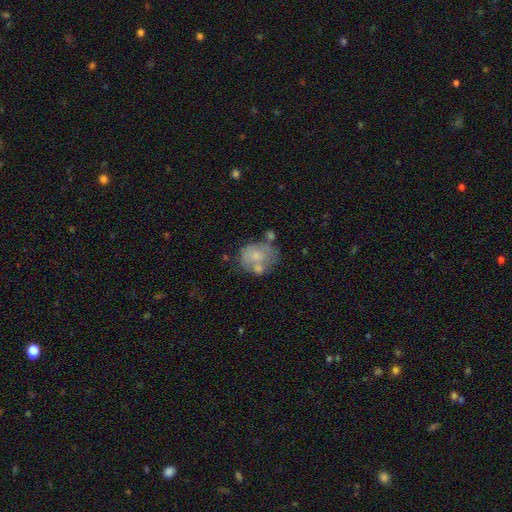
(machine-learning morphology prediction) Overall: smooth (50%; featured or disk 42%). Merging: none (39%; merger 24%).